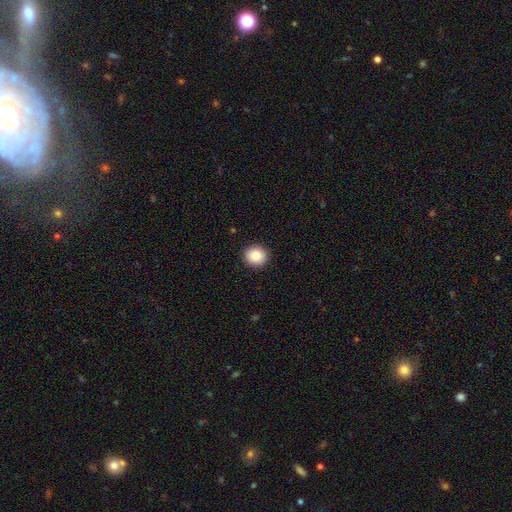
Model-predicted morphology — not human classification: A smooth galaxy with no disk features (84%) that is round (80%).

Vote fractions:
- Smooth or featured? smooth: 84% / star or artifact: 9% / featured or disk: 7%
- How rounded? round: 80% / in between: 19% / cigar-shaped: 1%
- Merging? none: 92% / minor disturbance: 6% / major disturbance: 2% / merger: 1%